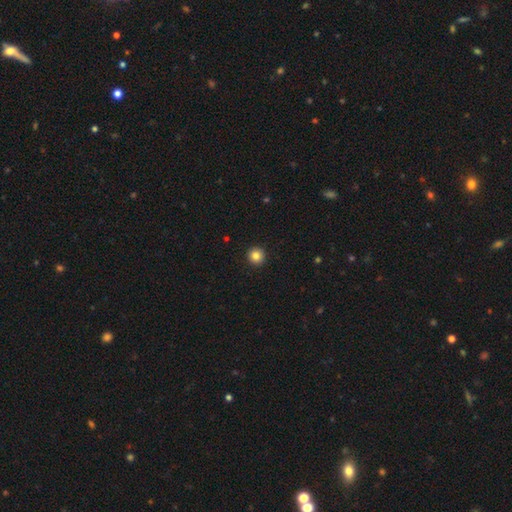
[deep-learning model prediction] smooth_or_featured: smooth (p=0.84) [alt: star or artifact p=0.10]
how_rounded: round (p=0.95) [alt: in between p=0.04]
merging: none (p=0.94) [alt: minor disturbance p=0.04]